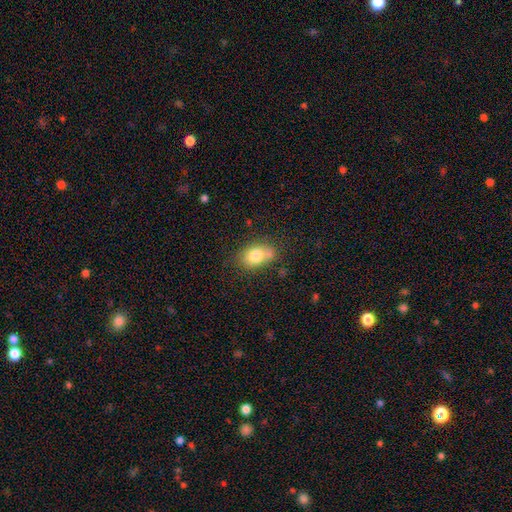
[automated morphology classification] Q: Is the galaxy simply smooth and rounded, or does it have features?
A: smooth — 78%.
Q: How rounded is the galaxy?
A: in between — 78%.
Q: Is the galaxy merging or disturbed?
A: none — 60%.